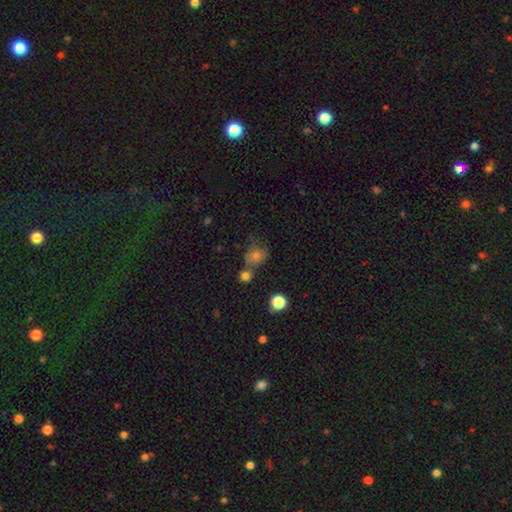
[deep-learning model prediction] The model was most divided on "merging": none: 48%, merger: 22%, minor disturbance: 20%, major disturbance: 10%. More confident: how rounded — round (64%); smooth or featured — smooth (64%).